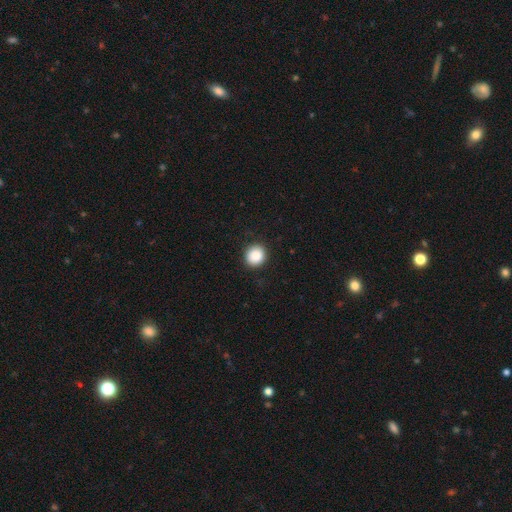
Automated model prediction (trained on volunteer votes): The model was most divided on "how rounded": round: 87%, in between: 12%, cigar-shaped: 1%. More confident: merging — none (91%); smooth or featured — smooth (88%).